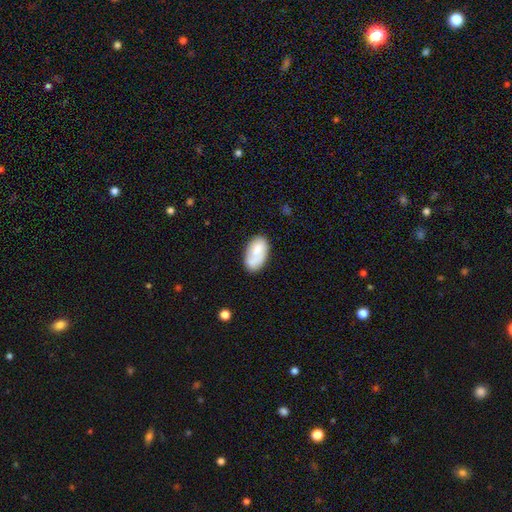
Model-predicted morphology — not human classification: type=smooth (70%); roundness=in between (94%); merging=none (59%).